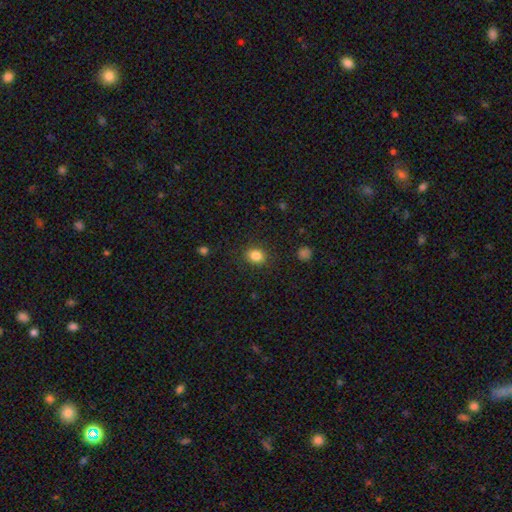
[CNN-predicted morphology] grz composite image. It shows a smooth galaxy with no disk features (85%) that is round (59%). Merging: none (88%).